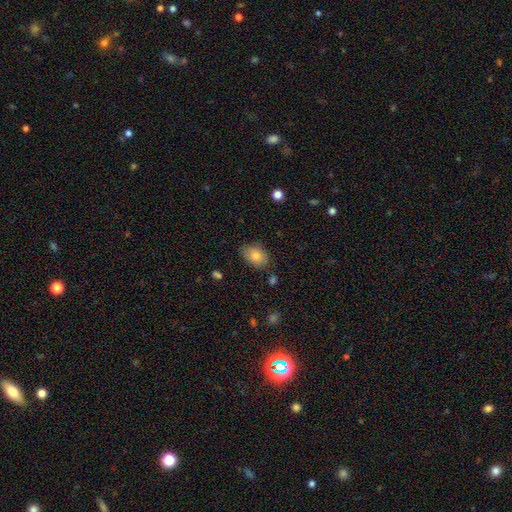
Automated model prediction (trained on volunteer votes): Smooth or featured?
  - smooth: 82% *
  - featured or disk: 9%
  - star or artifact: 9%
How rounded?
  - in between: 79% *
  - round: 20%
  - cigar-shaped: 1%
Merging?
  - none: 78% *
  - minor disturbance: 17%
  - major disturbance: 3%
  - merger: 2%